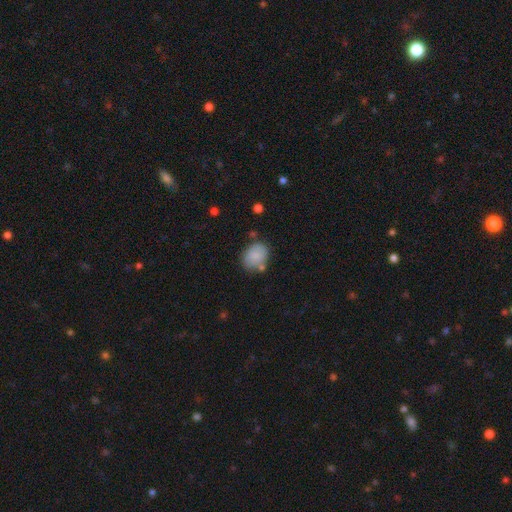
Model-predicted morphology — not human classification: A smooth galaxy with no disk features (83%) that is in between round and cigar-shaped (57%).

Vote fractions:
- Smooth or featured? smooth: 83% / featured or disk: 10% / star or artifact: 7%
- How rounded? in between: 57% / round: 42% / cigar-shaped: 1%
- Merging? none: 69% / minor disturbance: 18% / merger: 8% / major disturbance: 5%